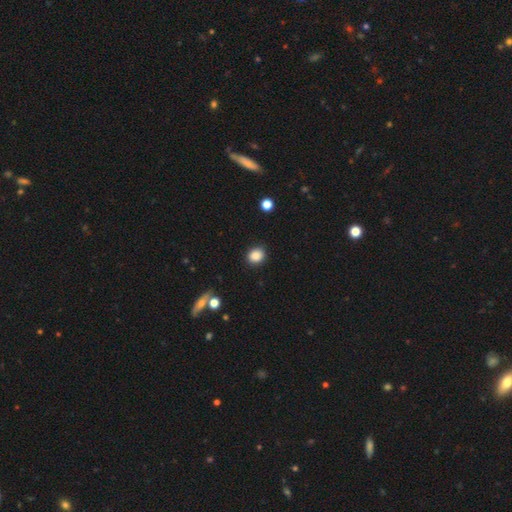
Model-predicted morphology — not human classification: Smooth or featured: smooth — 87% (star or artifact — 10%)
How rounded: round — 66% (in between — 33%)
Merging: none — 88% (minor disturbance — 8%)